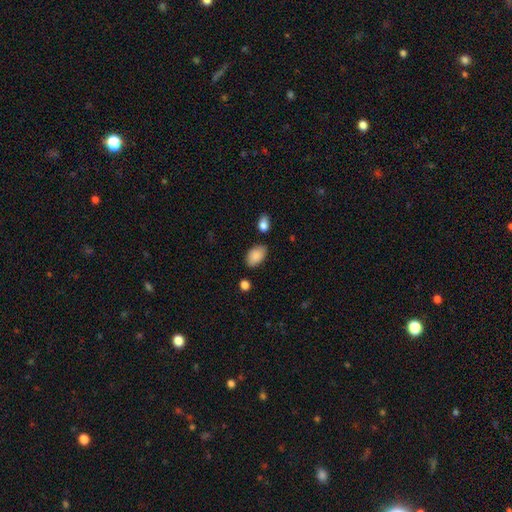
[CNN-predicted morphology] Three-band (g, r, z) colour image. It shows a smooth galaxy with no disk features (88%) that is in between round and cigar-shaped (92%). Merging: none (78%).